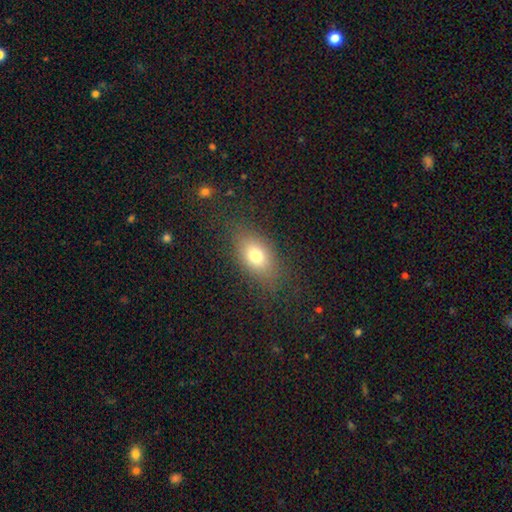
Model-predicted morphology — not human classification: This is likely a smooth galaxy (75%). How rounded: clearly in between (83%). Merging: likely none (79%).